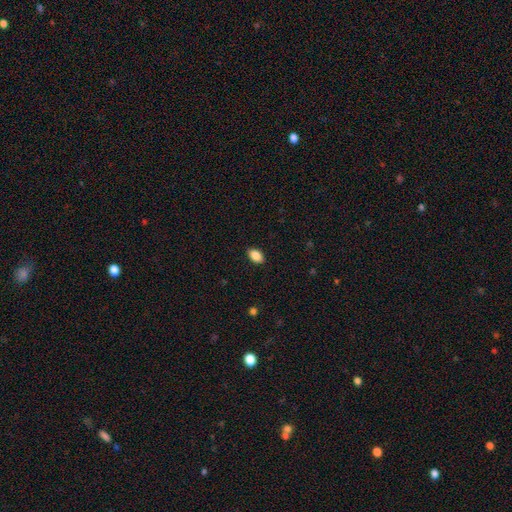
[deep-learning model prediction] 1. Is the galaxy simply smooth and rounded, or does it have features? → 88% smooth, 8% star or artifact, 4% featured or disk.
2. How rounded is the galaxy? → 89% in between, 9% round, 1% cigar-shaped.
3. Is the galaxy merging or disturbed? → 89% none, 8% minor disturbance, 2% major disturbance, 1% merger.